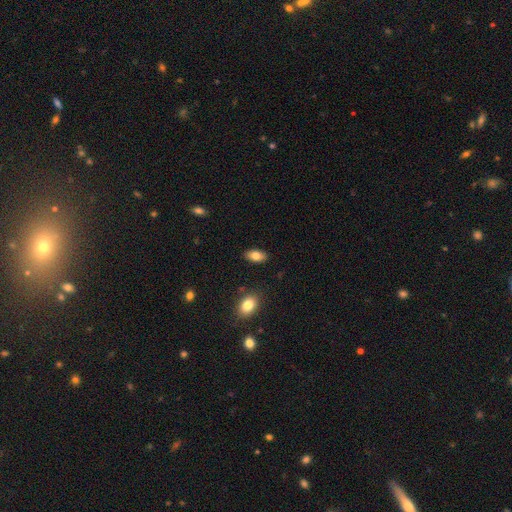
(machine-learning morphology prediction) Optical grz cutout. It shows a smooth galaxy with no disk features (81%) that is in between round and cigar-shaped (92%). Merging: none (87%).